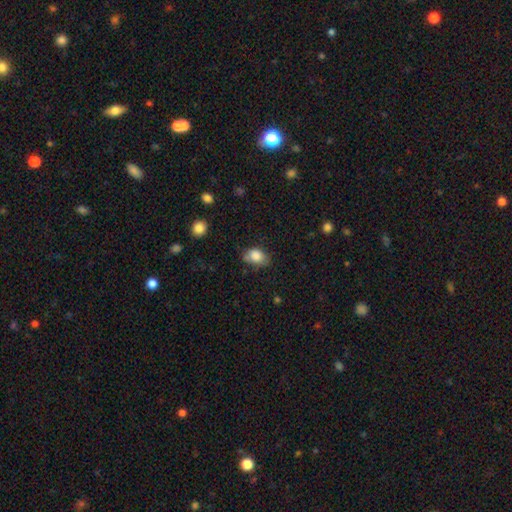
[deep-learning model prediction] Smooth or featured? smooth (84%)
How rounded? in between (79%)
Merging? none (59%)